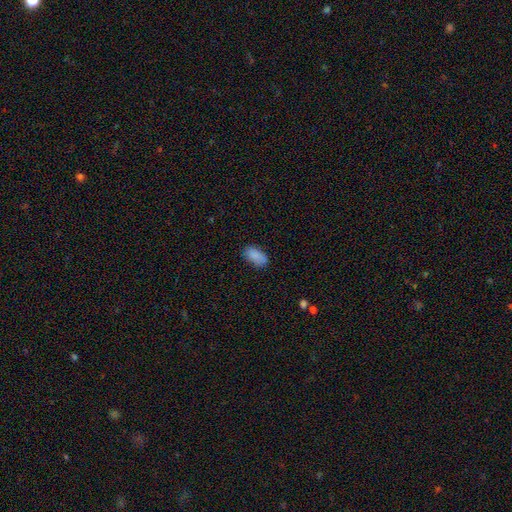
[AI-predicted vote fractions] smooth_or_featured: smooth (p=0.87) [alt: star or artifact p=0.08]
how_rounded: in between (p=0.92) [alt: round p=0.04]
merging: none (p=0.78) [alt: minor disturbance p=0.17]